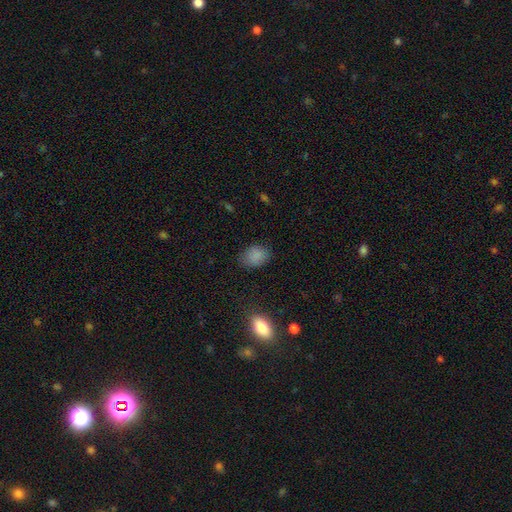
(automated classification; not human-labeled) This is clearly a smooth galaxy (84%). How rounded: likely in between (66%). Merging: likely none (77%).